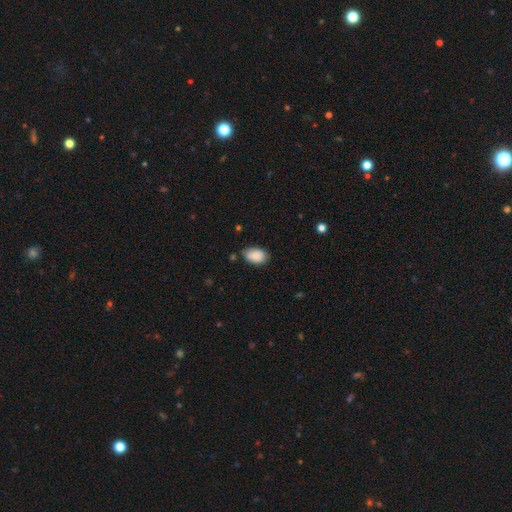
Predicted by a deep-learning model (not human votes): smooth-or-featured: smooth: 88% | star or artifact: 7% | featured or disk: 5%
  how-rounded: in between: 89% | round: 9% | cigar-shaped: 1%
  merging: none: 74% | minor disturbance: 21% | major disturbance: 3% | merger: 2%